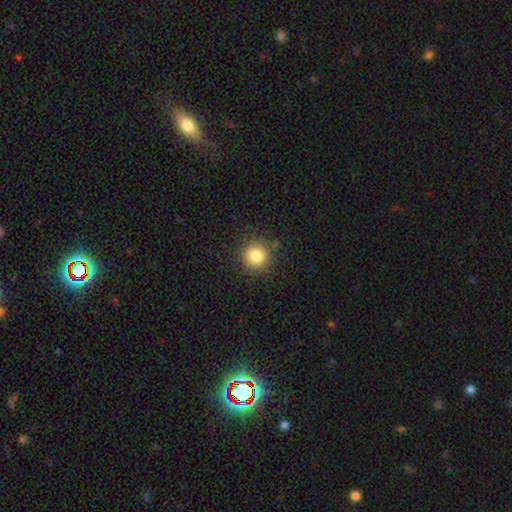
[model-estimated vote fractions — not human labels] smooth 82%, star or artifact 12%, featured or disk 6%. Down the decision tree: how rounded — round (94%); merging — none (88%).